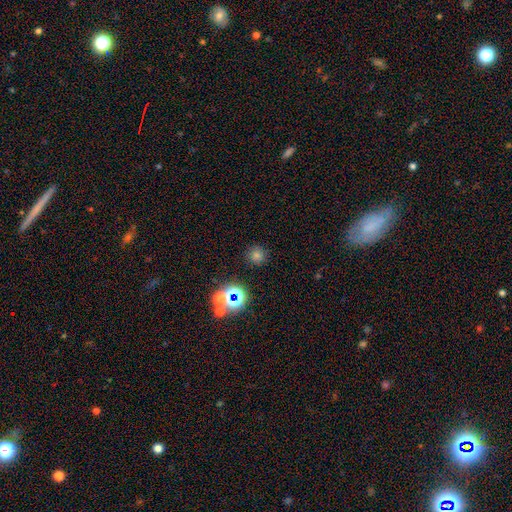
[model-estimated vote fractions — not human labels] Smooth or featured?
  - smooth: 70% *
  - star or artifact: 22%
  - featured or disk: 7%
How rounded?
  - round: 93% *
  - in between: 6%
  - cigar-shaped: 1%
Merging?
  - none: 86% *
  - minor disturbance: 7%
  - merger: 4%
  - major disturbance: 3%